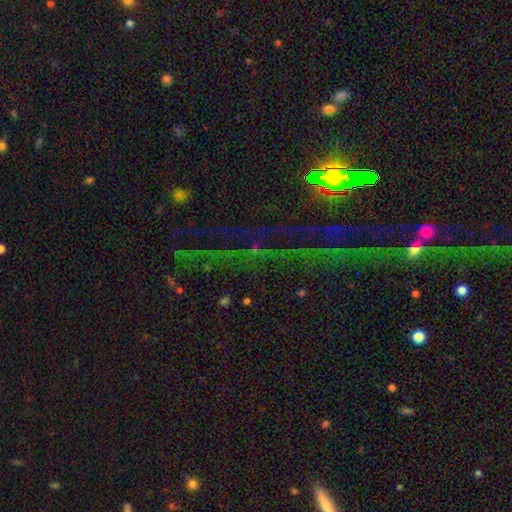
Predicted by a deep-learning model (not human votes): A star or artifact, not a galaxy (80%).

Vote fractions:
- Smooth or featured? star or artifact: 80% / smooth: 11% / featured or disk: 9%